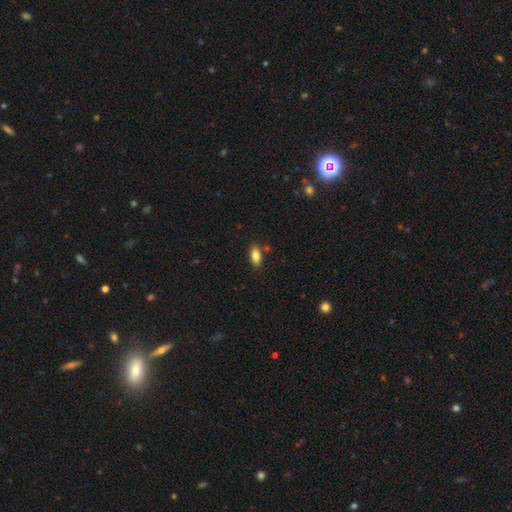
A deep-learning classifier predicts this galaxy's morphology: smooth_or_featured: smooth (p=0.85) [alt: star or artifact p=0.08]
how_rounded: in between (p=0.90) [alt: cigar-shaped p=0.07]
merging: none (p=0.84) [alt: minor disturbance p=0.10]